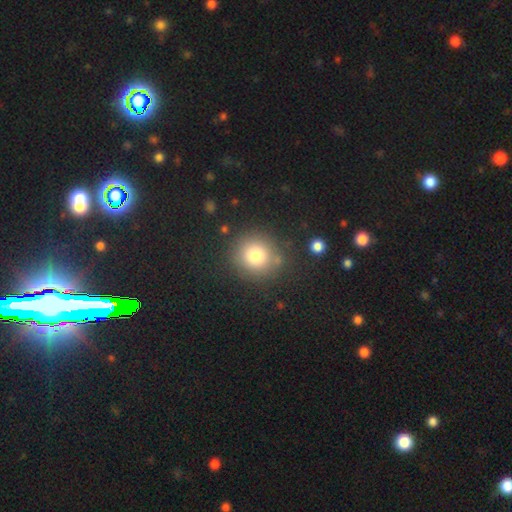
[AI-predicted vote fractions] Smooth or featured? smooth (78%)
How rounded? round (91%)
Merging? none (82%)